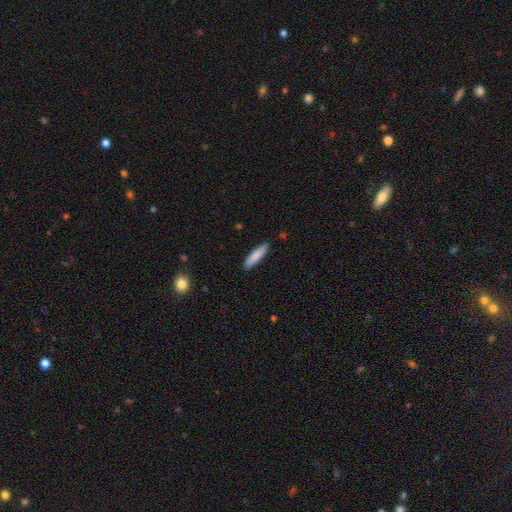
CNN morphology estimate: smooth_or_featured: smooth (p=0.83) [alt: featured or disk p=0.12]
how_rounded: cigar-shaped (p=0.82) [alt: in between p=0.16]
merging: none (p=0.89) [alt: minor disturbance p=0.08]